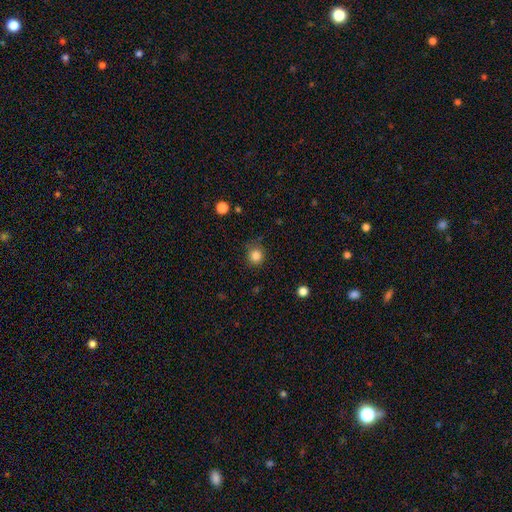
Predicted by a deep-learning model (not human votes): A smooth galaxy with no disk features (84%) that is round (89%).

Vote fractions:
- Smooth or featured? smooth: 84% / star or artifact: 12% / featured or disk: 4%
- How rounded? round: 89% / in between: 10% / cigar-shaped: 1%
- Merging? none: 80% / minor disturbance: 14% / major disturbance: 4% / merger: 2%